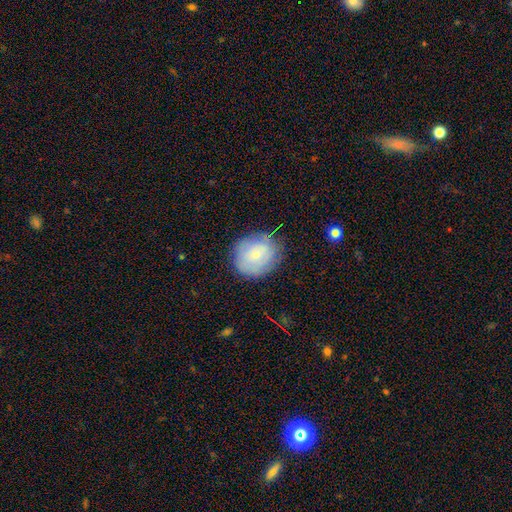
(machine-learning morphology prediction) smooth 70%, featured or disk 22%, star or artifact 8%. Down the decision tree: how rounded — round (74%); merging — none (75%).